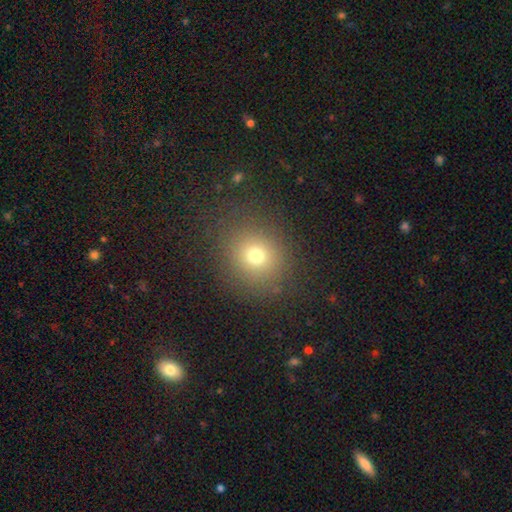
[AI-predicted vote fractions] Overall: smooth (70%). How rounded: round (81%). Merging: none (83%).